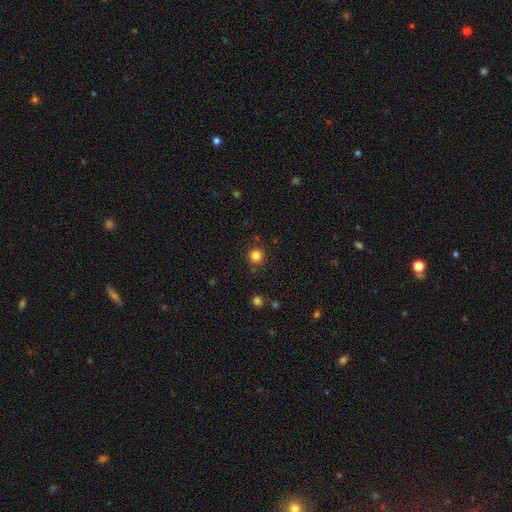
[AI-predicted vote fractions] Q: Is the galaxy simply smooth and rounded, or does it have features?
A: smooth — 83%.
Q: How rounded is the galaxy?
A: round — 93%.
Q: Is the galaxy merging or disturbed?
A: none — 88%.